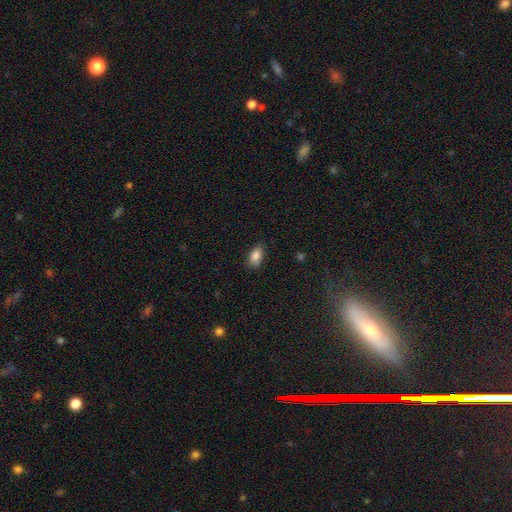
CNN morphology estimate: This appears to be a smooth galaxy with no disk features (85%) that is in between round and cigar-shaped (88%). Merging: none (75%).